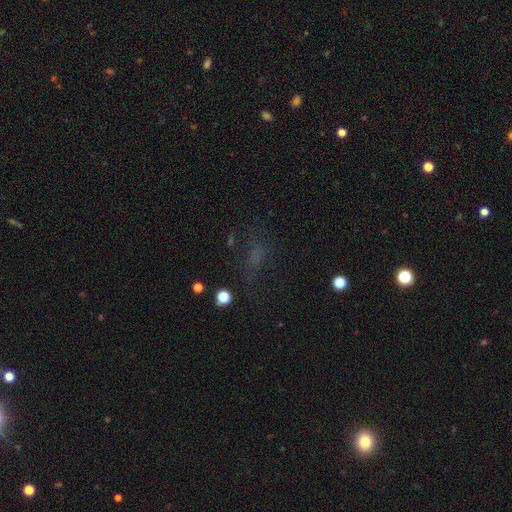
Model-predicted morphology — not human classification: smooth-or-featured: smooth: 42% | star or artifact: 37% | featured or disk: 21%
  merging: none: 52% | major disturbance: 25% | minor disturbance: 19% | merger: 4%